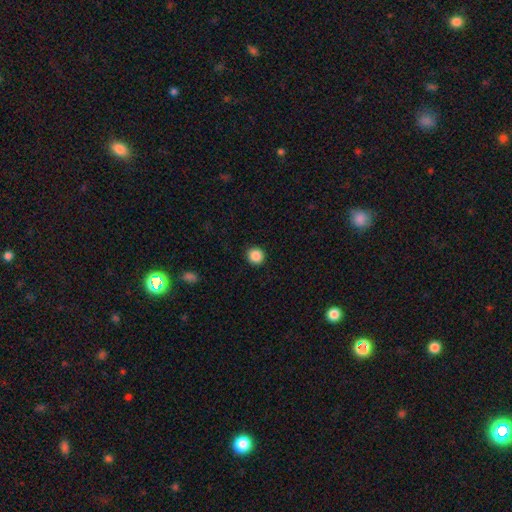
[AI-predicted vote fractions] smooth 88%, star or artifact 9%, featured or disk 3%. Down the decision tree: how rounded — round (91%); merging — none (92%).